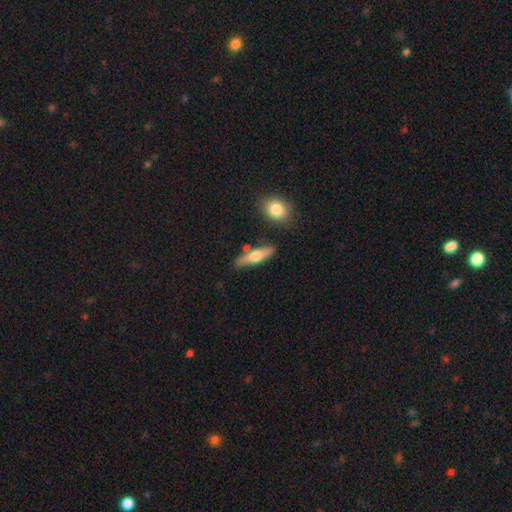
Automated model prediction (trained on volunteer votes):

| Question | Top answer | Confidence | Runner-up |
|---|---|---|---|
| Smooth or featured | smooth | 56% | featured or disk (39%) |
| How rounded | cigar-shaped | 60% | in between (37%) |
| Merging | none | 79% | minor disturbance (12%) |